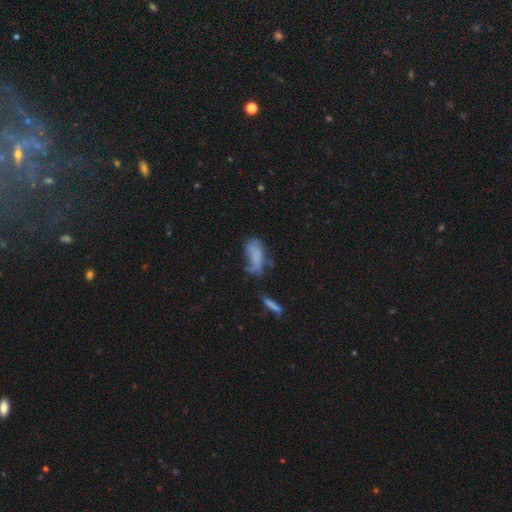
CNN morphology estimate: type=smooth (56%); roundness=in between (81%); merging=major disturbance (34%).